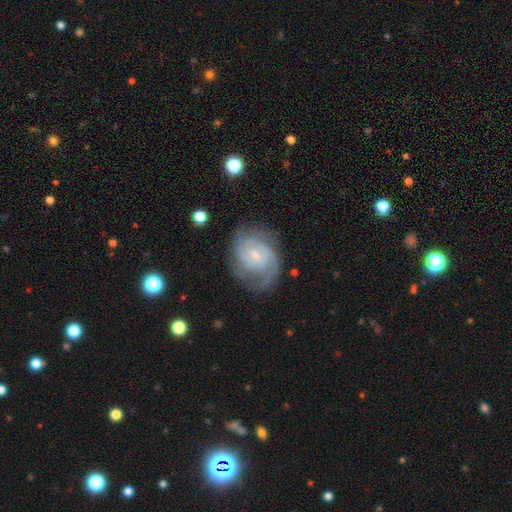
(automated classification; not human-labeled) This is clearly a featured or disk galaxy (84%). It is clearly not viewed edge-on (98%). Bar: possibly weak (46%). Spiral arm pattern: clearly yes (95%). Spiral arm count: marginally 2 (33%). Spiral winding: possibly tight (55%). Central bulge: likely small (73%). Merging: likely none (69%).